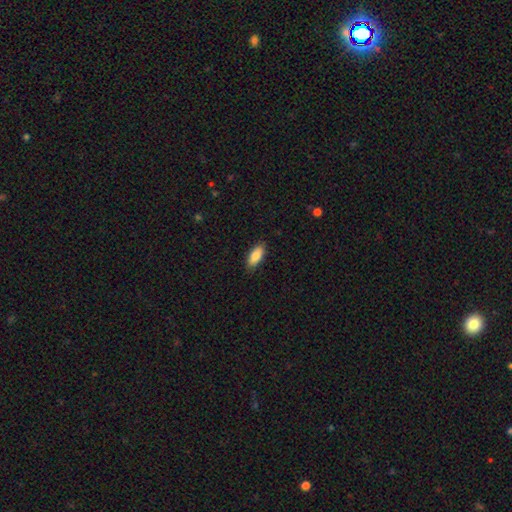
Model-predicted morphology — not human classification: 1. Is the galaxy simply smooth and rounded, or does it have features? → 86% smooth, 8% featured or disk, 6% star or artifact.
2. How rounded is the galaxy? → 84% in between, 14% cigar-shaped, 2% round.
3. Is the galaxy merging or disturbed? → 87% none, 10% minor disturbance, 2% major disturbance, 1% merger.